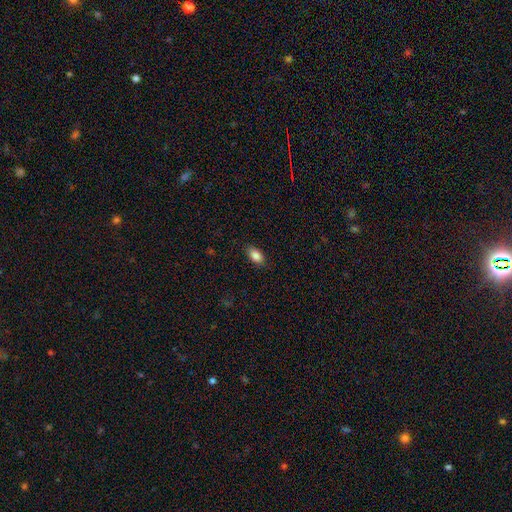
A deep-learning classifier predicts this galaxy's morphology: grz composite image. It shows a smooth galaxy with no disk features (87%) that is in between round and cigar-shaped (91%). Merging: none (86%).